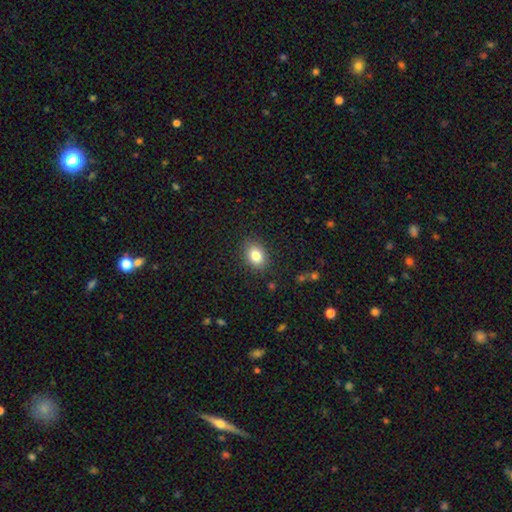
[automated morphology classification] The model was most divided on "how rounded": in between: 66%, round: 33%, cigar-shaped: 1%. More confident: merging — none (86%); smooth or featured — smooth (82%).